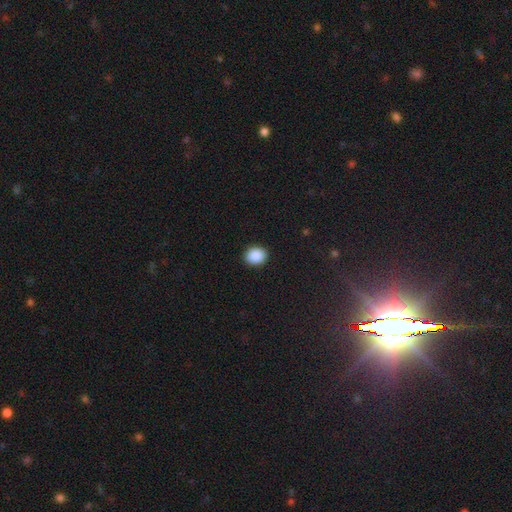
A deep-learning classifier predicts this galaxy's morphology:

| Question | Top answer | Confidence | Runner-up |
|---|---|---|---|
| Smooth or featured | smooth | 89% | star or artifact (8%) |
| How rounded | round | 61% | in between (39%) |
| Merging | none | 91% | minor disturbance (6%) |